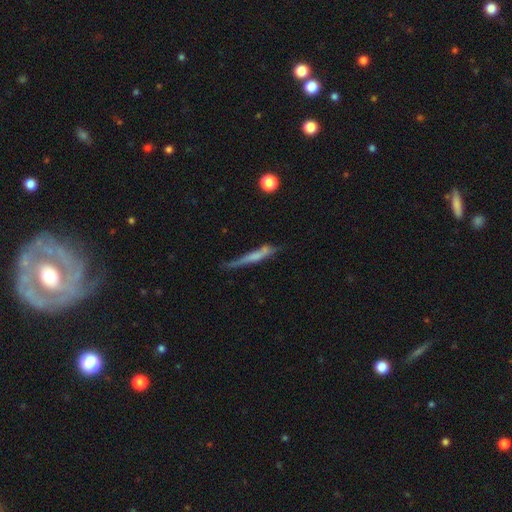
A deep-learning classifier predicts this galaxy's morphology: Smooth or featured?
  - smooth: 48% *
  - featured or disk: 44%
  - star or artifact: 8%
Merging?
  - none: 54% *
  - minor disturbance: 27%
  - major disturbance: 12%
  - merger: 7%